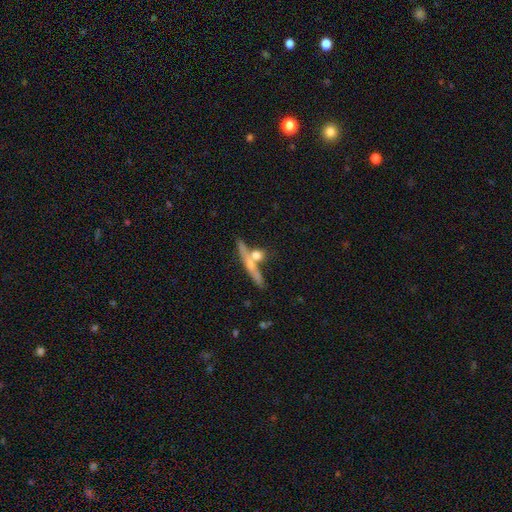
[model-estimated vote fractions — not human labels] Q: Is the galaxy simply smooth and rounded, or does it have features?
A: smooth — 49%.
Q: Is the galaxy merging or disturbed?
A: none — 51%.